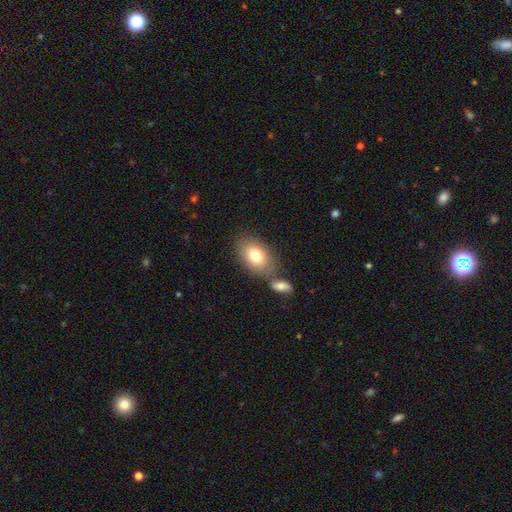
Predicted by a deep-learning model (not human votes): smooth-or-featured: smooth: 78% | featured or disk: 14% | star or artifact: 8%
  how-rounded: in between: 86% | round: 13% | cigar-shaped: 1%
  merging: none: 65% | merger: 19% | minor disturbance: 13% | major disturbance: 4%